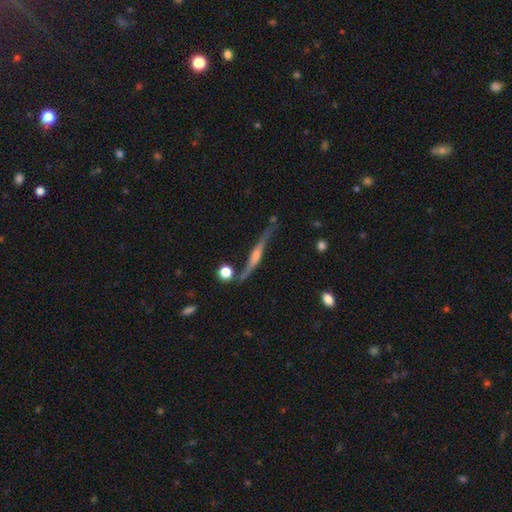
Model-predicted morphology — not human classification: Smooth or featured? featured or disk (76%)
Edge-on disk? yes (93%)
Edge-on bulge? rounded (70%)
Merging? none (71%)